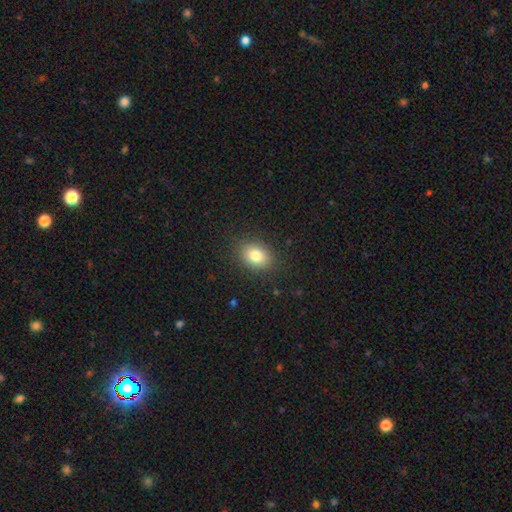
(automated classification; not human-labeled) A smooth galaxy with no disk features (82%) that is in between round and cigar-shaped (71%). Merging: none (86%).